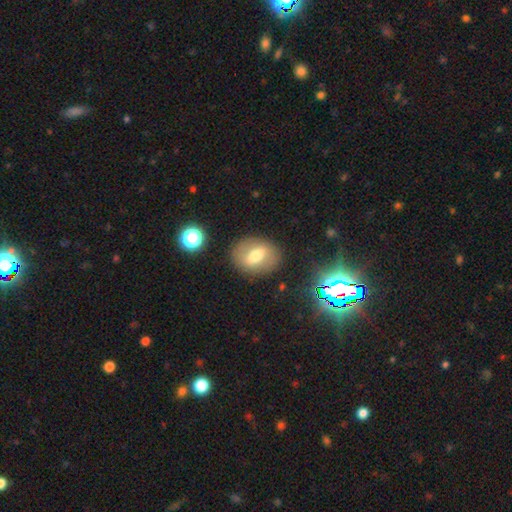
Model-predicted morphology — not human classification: This appears to be a smooth galaxy with no disk features (55%) that is in between round and cigar-shaped (58%). Merging: none (83%).